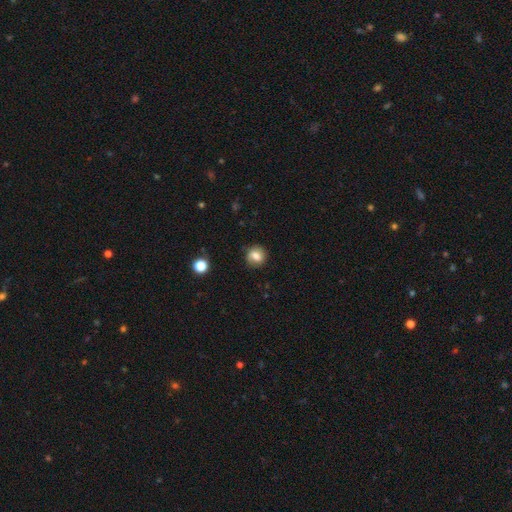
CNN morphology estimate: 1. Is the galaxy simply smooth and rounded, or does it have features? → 77% smooth, 12% featured or disk, 10% star or artifact.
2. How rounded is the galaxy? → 74% round, 25% in between, 1% cigar-shaped.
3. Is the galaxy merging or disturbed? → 76% none, 17% minor disturbance, 5% major disturbance, 2% merger.